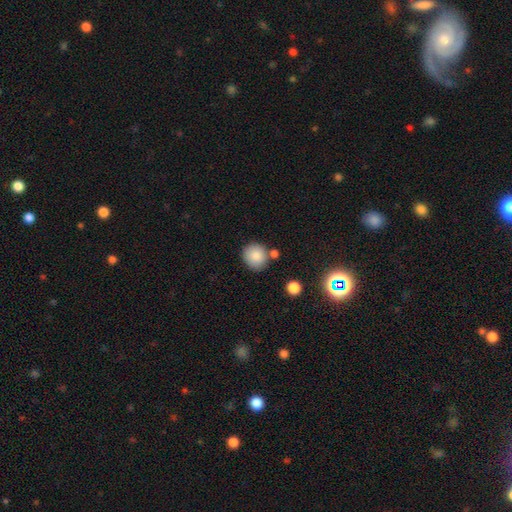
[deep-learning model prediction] smooth 86%, star or artifact 9%, featured or disk 6%. Down the decision tree: how rounded — round (86%); merging — none (72%).